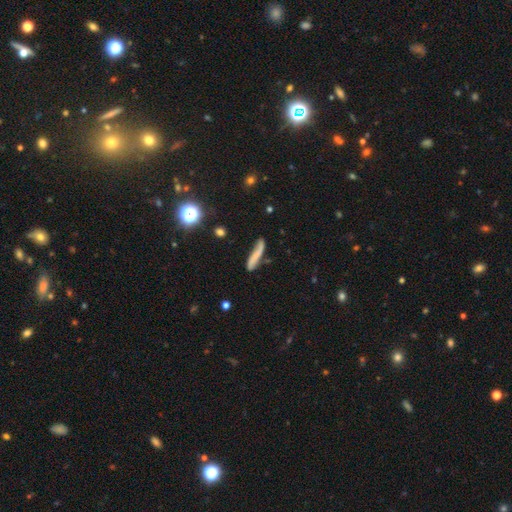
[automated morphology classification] Q: Smooth or featured?
A: smooth (60%); runner-up: featured or disk (31%)
Q: How rounded?
A: cigar-shaped (86%); runner-up: in between (12%)
Q: Merging?
A: none (59%); runner-up: minor disturbance (27%)